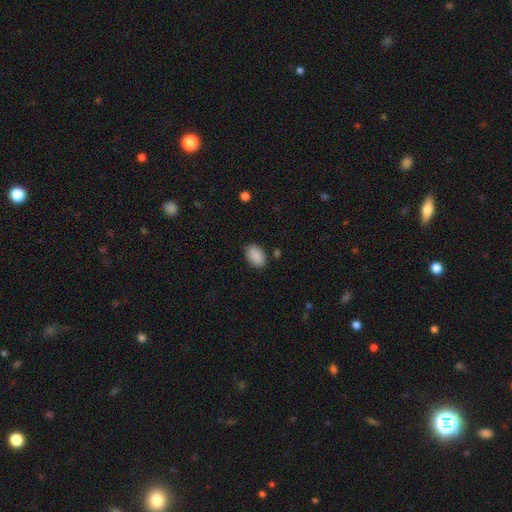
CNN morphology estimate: Overall: smooth (90%). How rounded: in between (89%). Merging: none (85%).